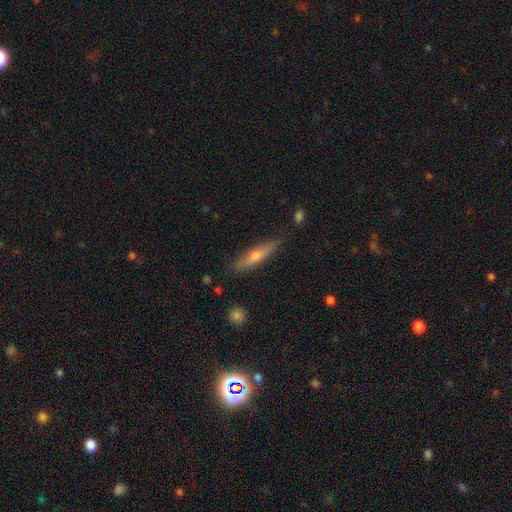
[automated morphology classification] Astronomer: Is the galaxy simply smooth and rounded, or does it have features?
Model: featured or disk — 49% (runner-up: smooth, 44%).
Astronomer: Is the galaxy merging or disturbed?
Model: none — 85%.